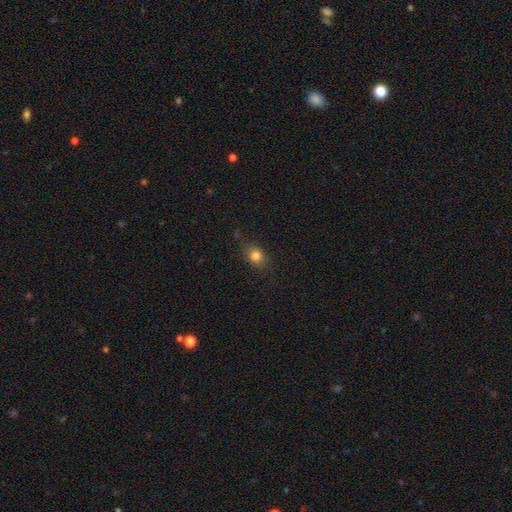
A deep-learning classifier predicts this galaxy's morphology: Q: Smooth or featured?
A: smooth (79%); runner-up: star or artifact (12%)
Q: How rounded?
A: round (52%); runner-up: in between (46%)
Q: Merging?
A: none (76%); runner-up: minor disturbance (17%)